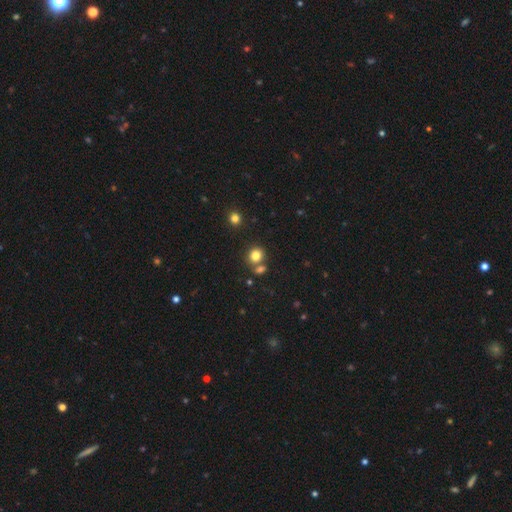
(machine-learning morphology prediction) This appears to be a smooth galaxy with no disk features (81%) that is round (78%). Merging: none (66%).